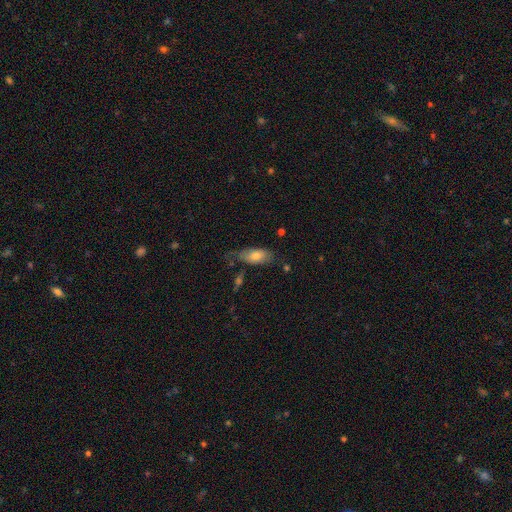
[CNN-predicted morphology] smooth 73%, featured or disk 20%, star or artifact 7%. Down the decision tree: how rounded — in between (86%); merging — none (55%).